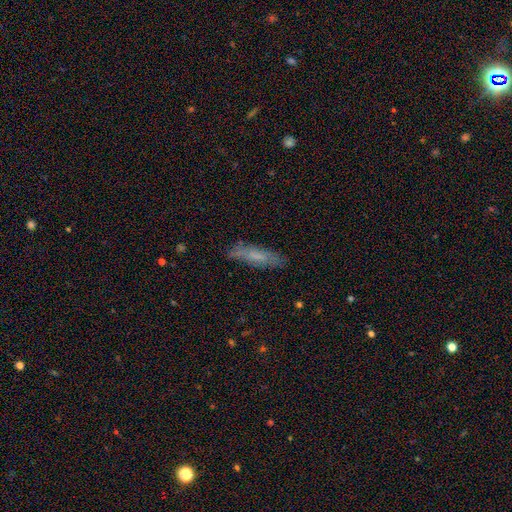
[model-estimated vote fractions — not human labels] smooth 60%, featured or disk 32%, star or artifact 8%. Down the decision tree: how rounded — cigar-shaped (72%); merging — none (78%).